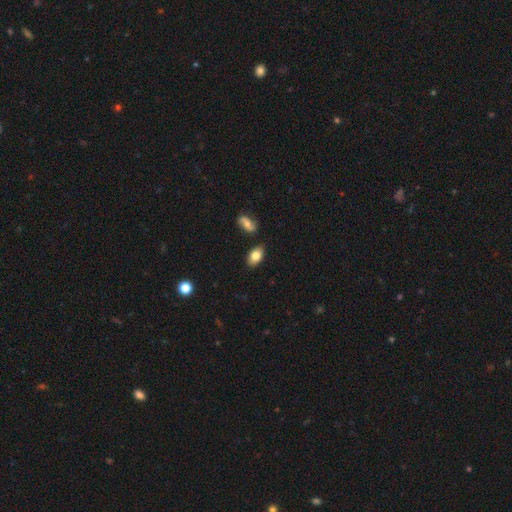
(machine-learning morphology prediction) Overall: smooth (79%). How rounded: in between (91%). Merging: none (83%).